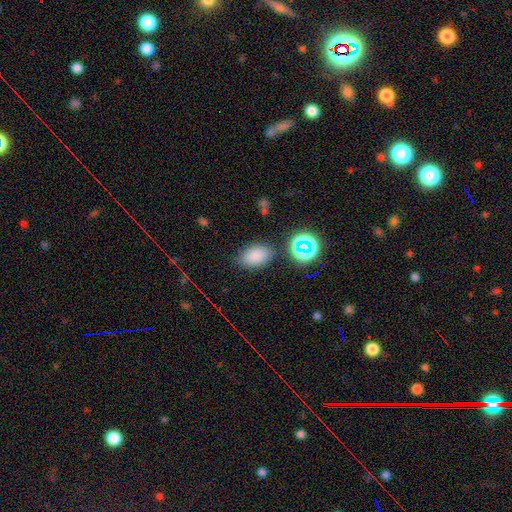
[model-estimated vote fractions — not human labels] This is likely a smooth galaxy (79%). How rounded: clearly in between (84%). Merging: likely none (79%).